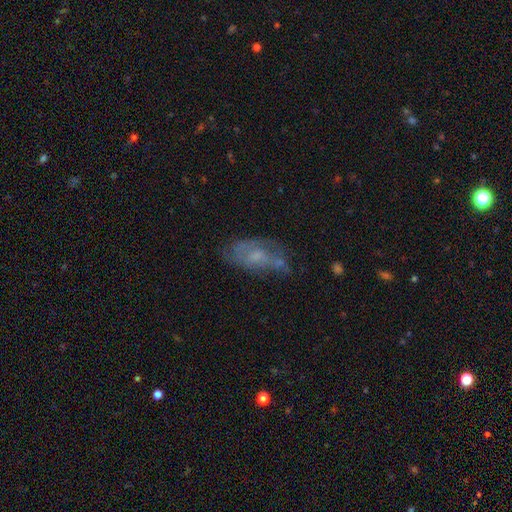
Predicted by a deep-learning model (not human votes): This appears to be a featured or disk galaxy (50%). Merging: none (47%).